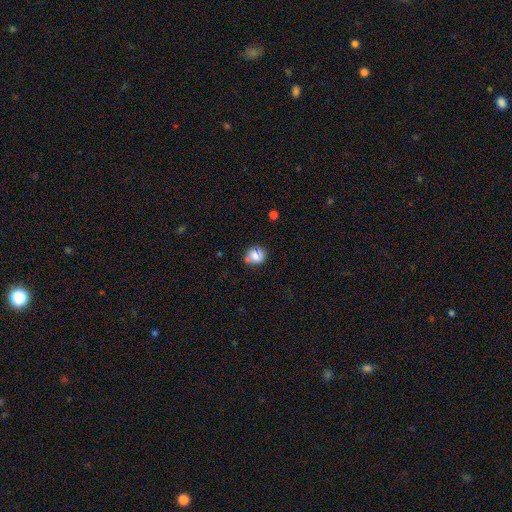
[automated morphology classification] This appears to be a smooth galaxy with no disk features (82%) that is round (68%). Merging: none (64%).